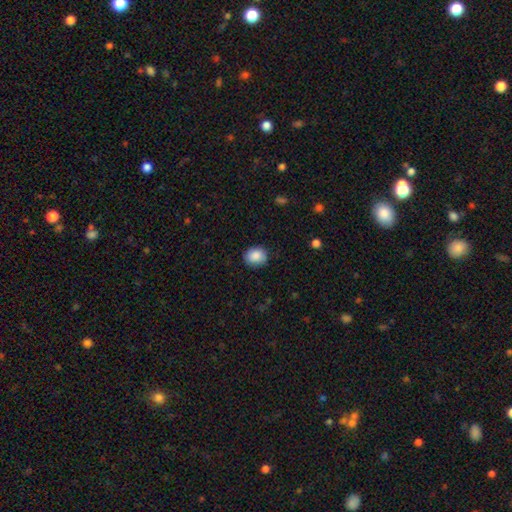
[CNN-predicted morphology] smooth-or-featured: smooth: 88% | star or artifact: 7% | featured or disk: 5%
  how-rounded: round: 52% | in between: 47% | cigar-shaped: 1%
  merging: none: 86% | minor disturbance: 11% | major disturbance: 2% | merger: 1%